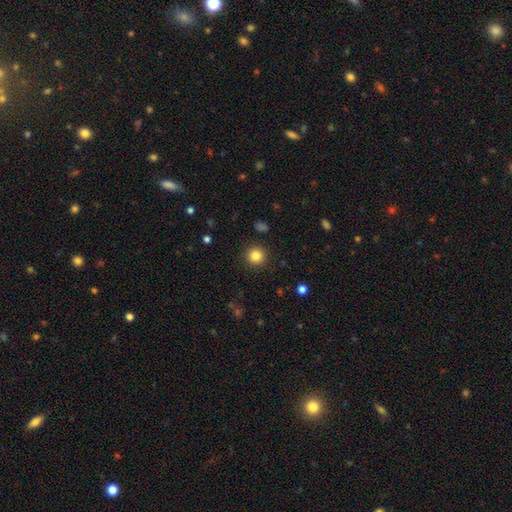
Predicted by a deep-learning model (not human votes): Smooth or featured? Predicted: smooth (p=0.83). How rounded? Predicted: round (p=0.94). Merging? Predicted: none (p=0.91).